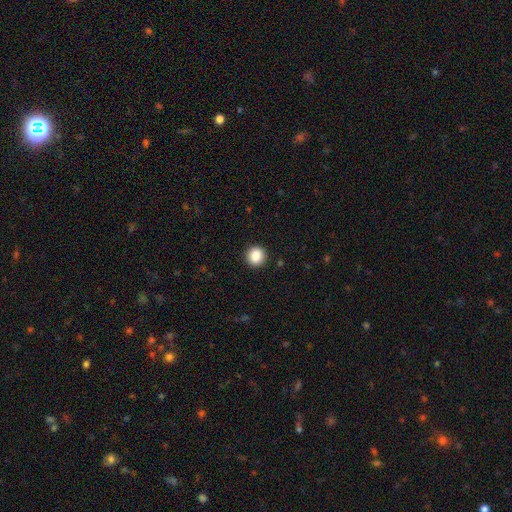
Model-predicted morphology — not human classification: A smooth galaxy with no disk features (87%) that is round (93%).

Vote fractions:
- Smooth or featured? smooth: 87% / star or artifact: 9% / featured or disk: 4%
- How rounded? round: 93% / in between: 6% / cigar-shaped: 1%
- Merging? none: 93% / minor disturbance: 5% / major disturbance: 2% / merger: 1%